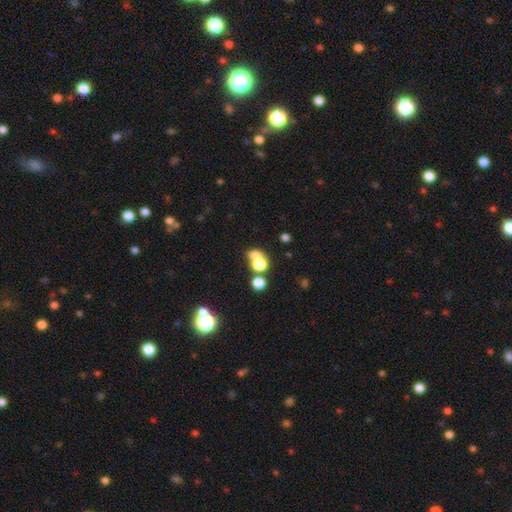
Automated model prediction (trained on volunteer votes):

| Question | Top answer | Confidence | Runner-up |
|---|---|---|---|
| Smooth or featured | smooth | 68% | star or artifact (19%) |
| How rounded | round | 63% | in between (36%) |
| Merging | merger | 48% | none (39%) |